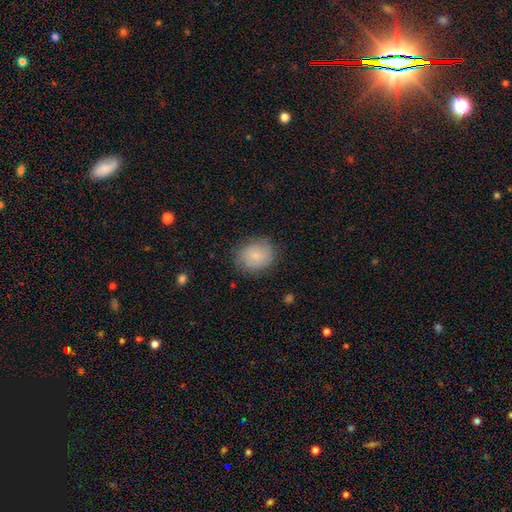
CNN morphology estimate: This appears to be a smooth galaxy with no disk features (80%) that is round (69%). Merging: none (79%).